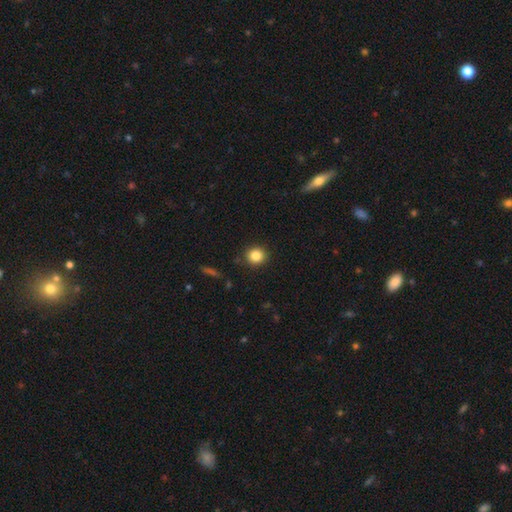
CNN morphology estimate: smooth_or_featured: smooth (p=0.84) [alt: star or artifact p=0.10]
how_rounded: round (p=0.89) [alt: in between p=0.10]
merging: none (p=0.89) [alt: minor disturbance p=0.07]